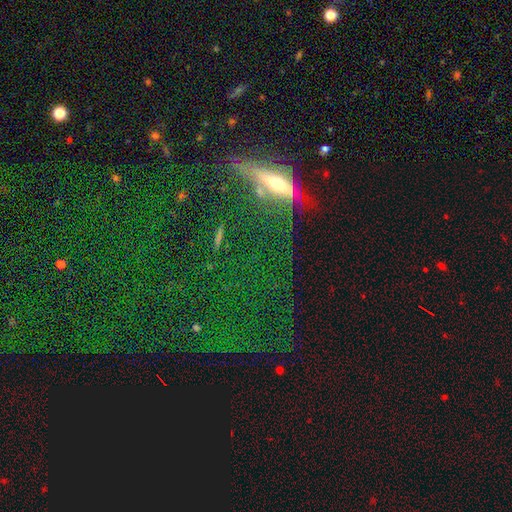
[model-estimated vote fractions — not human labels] Smooth or featured? star or artifact (54%)